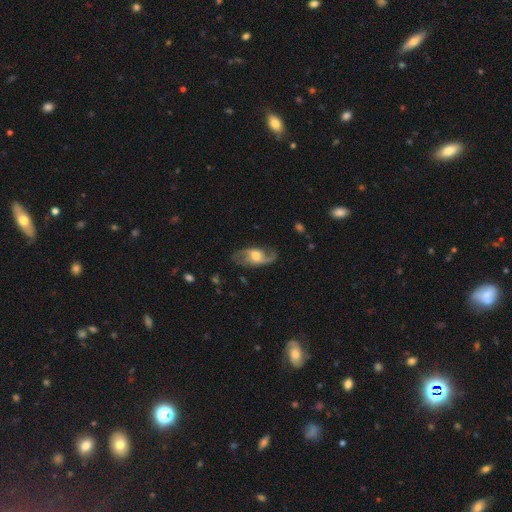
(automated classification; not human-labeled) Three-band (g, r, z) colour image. It shows a featured or disk galaxy (76%) with no bar (48%), 2 (84%) loose (50%) spiral arms (90%) and a moderate central bulge (51%). Merging: none (72%).